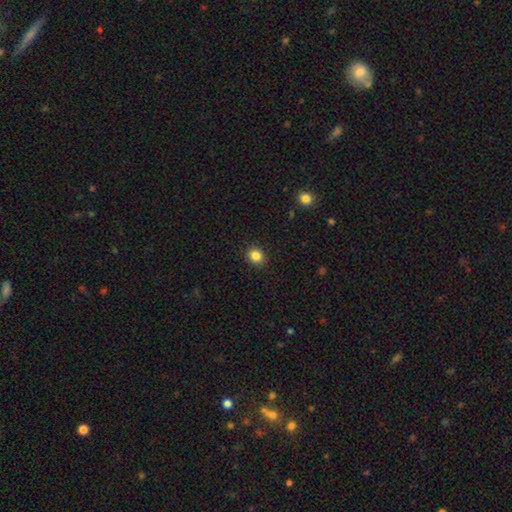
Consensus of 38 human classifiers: Smooth or featured? 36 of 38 (95%) said smooth. How rounded? 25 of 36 (69%) said round. Merging? 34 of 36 (94%) said none.